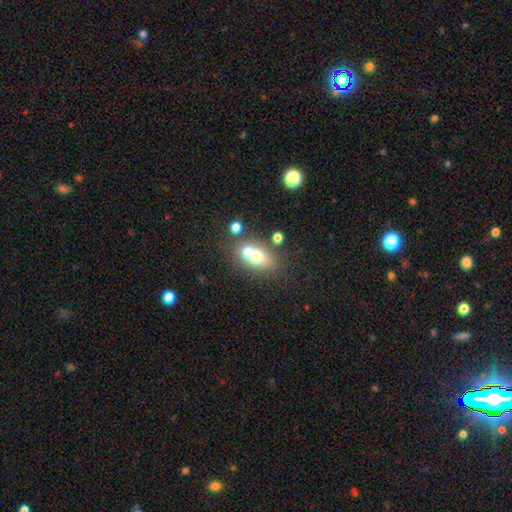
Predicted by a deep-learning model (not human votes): Q: Smooth or featured?
A: smooth (64%); runner-up: featured or disk (23%)
Q: How rounded?
A: in between (65%); runner-up: round (33%)
Q: Merging?
A: merger (44%); runner-up: none (42%)